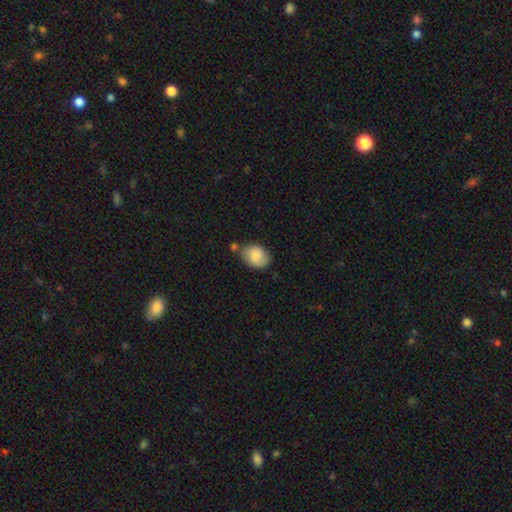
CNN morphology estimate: Overall: smooth (82%). How rounded: in between (67%; round 32%). Merging: none (65%).